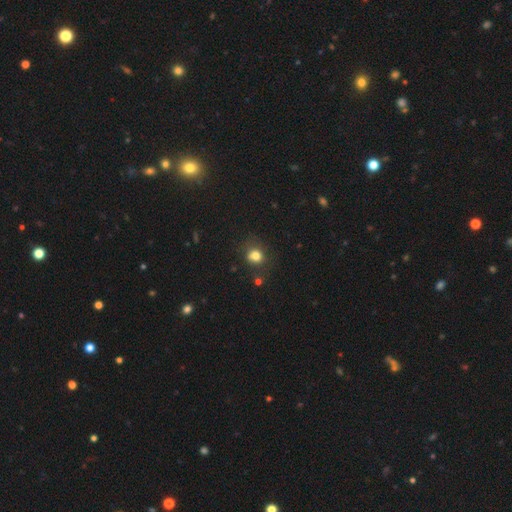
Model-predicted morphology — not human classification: Smooth or featured? Predicted: smooth (p=0.77). How rounded? Predicted: round (p=0.68). Merging? Predicted: none (p=0.66).